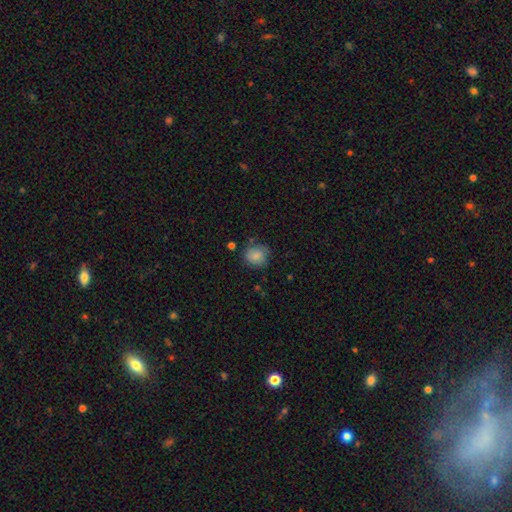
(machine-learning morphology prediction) Smooth or featured: smooth — 78% (featured or disk — 13%)
How rounded: round — 79% (in between — 20%)
Merging: none — 70% (minor disturbance — 21%)